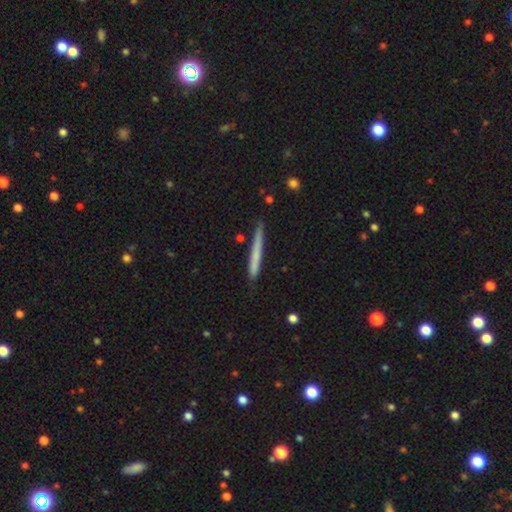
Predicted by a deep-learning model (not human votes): This is likely a smooth galaxy (62%). How rounded: clearly cigar-shaped (97%). Merging: clearly none (84%).